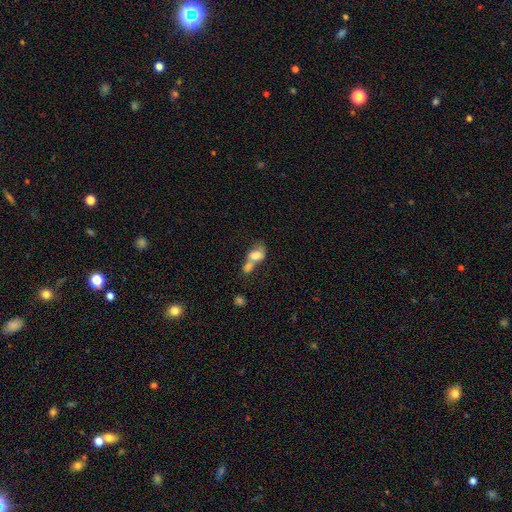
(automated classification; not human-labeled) smooth-or-featured: smooth: 71% | featured or disk: 20% | star or artifact: 9%
  how-rounded: in between: 76% | round: 21% | cigar-shaped: 3%
  merging: merger: 71% | none: 13% | major disturbance: 8% | minor disturbance: 7%